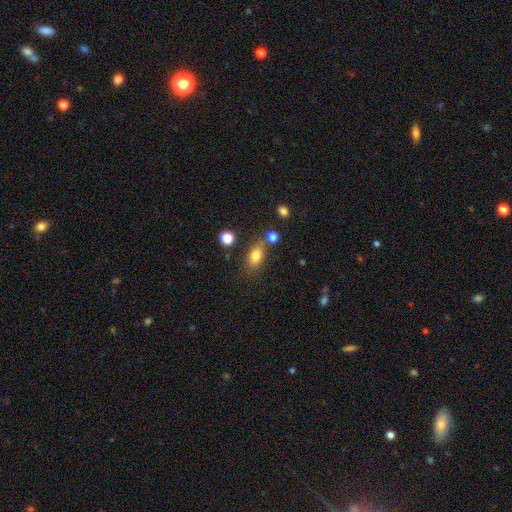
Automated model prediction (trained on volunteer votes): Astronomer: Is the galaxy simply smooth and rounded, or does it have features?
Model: smooth — 80%.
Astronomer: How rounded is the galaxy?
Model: in between — 78%.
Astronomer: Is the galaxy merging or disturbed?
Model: none — 67%.